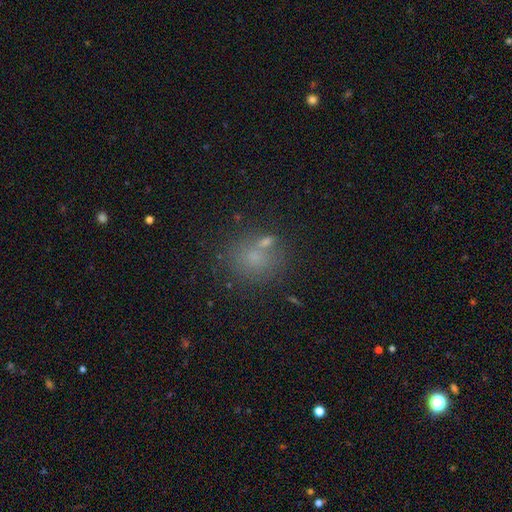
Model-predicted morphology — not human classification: smooth-or-featured: smooth: 64% | star or artifact: 23% | featured or disk: 13%
  how-rounded: round: 77% | in between: 22% | cigar-shaped: 1%
  merging: none: 66% | merger: 17% | minor disturbance: 11% | major disturbance: 5%